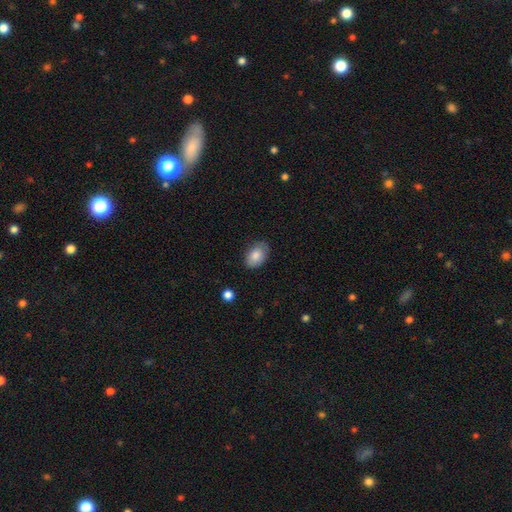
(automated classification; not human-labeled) This is clearly a smooth galaxy (85%). How rounded: clearly in between (88%). Merging: likely none (79%).